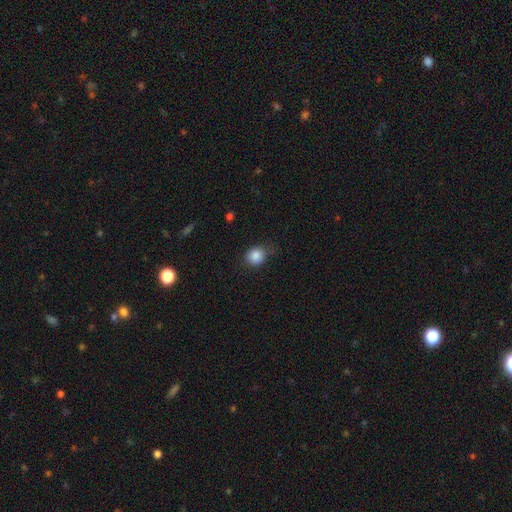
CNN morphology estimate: smooth-or-featured: smooth: 86% | star or artifact: 9% | featured or disk: 5%
  how-rounded: round: 76% | in between: 23% | cigar-shaped: 1%
  merging: none: 69% | minor disturbance: 23% | major disturbance: 6% | merger: 2%